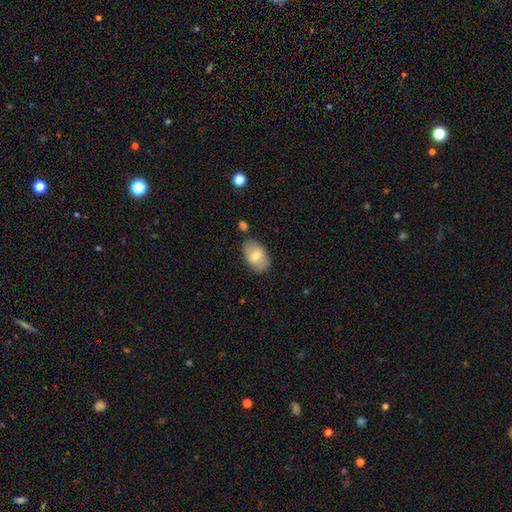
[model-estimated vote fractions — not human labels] Overall: smooth (64%; featured or disk 29%). How rounded: in between (90%). Merging: none (79%).